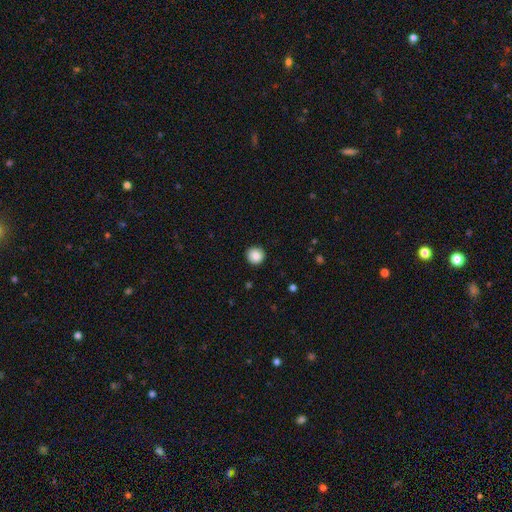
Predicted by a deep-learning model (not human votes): This is clearly a smooth galaxy (86%). How rounded: clearly round (95%). Merging: clearly none (92%).